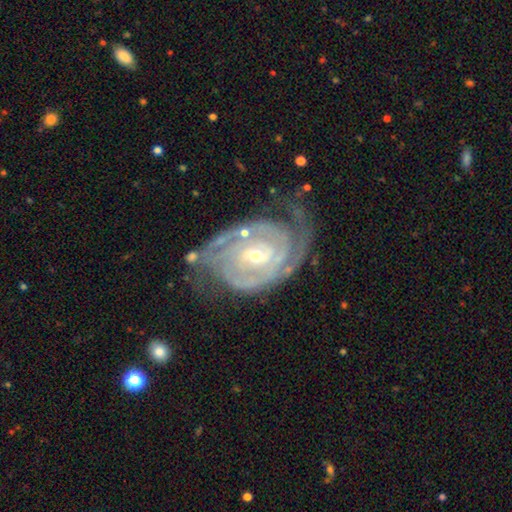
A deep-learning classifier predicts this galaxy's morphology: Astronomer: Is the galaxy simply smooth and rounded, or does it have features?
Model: featured or disk — 90%.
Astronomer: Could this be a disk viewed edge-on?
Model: no — 96%.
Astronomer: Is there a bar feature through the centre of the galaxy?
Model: no — 42% (runner-up: weak, 39%).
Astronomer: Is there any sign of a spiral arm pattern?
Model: yes — 97%.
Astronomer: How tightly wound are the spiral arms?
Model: tight — 76%.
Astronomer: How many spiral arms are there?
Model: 2 — 47%.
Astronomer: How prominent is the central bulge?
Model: small — 57% (runner-up: moderate, 40%).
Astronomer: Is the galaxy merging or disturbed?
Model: none — 62%.